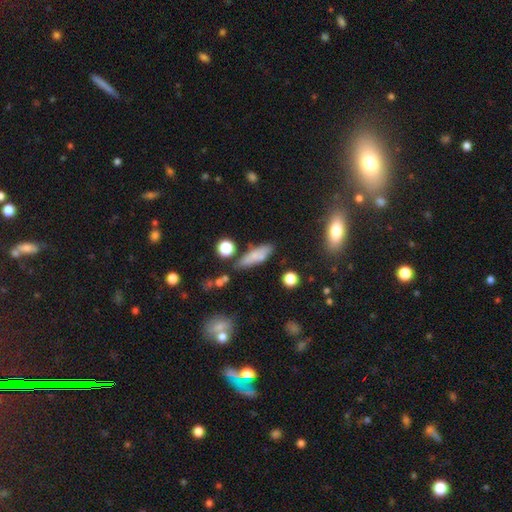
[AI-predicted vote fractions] Smooth or featured? smooth (70%)
How rounded? cigar-shaped (50%)
Merging? none (66%)